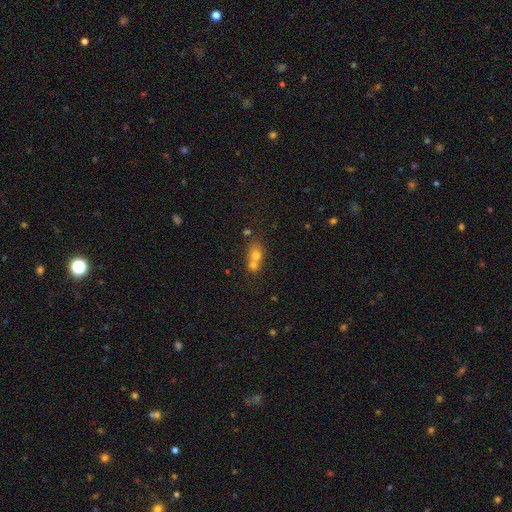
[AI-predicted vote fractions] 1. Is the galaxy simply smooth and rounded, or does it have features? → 67% smooth, 19% featured or disk, 14% star or artifact.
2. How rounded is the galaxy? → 56% round, 41% in between, 3% cigar-shaped.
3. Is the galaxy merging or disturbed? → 64% merger, 26% none, 6% minor disturbance, 3% major disturbance.